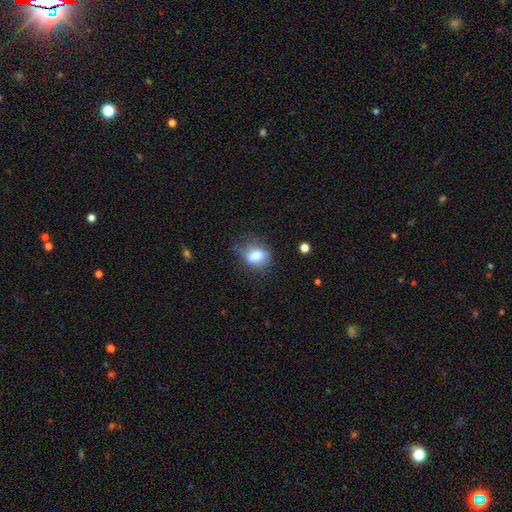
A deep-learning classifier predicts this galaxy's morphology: smooth_or_featured: smooth (p=0.72) [alt: featured or disk p=0.18]
how_rounded: in between (p=0.61) [alt: round p=0.37]
merging: none (p=0.51) [alt: minor disturbance p=0.32]